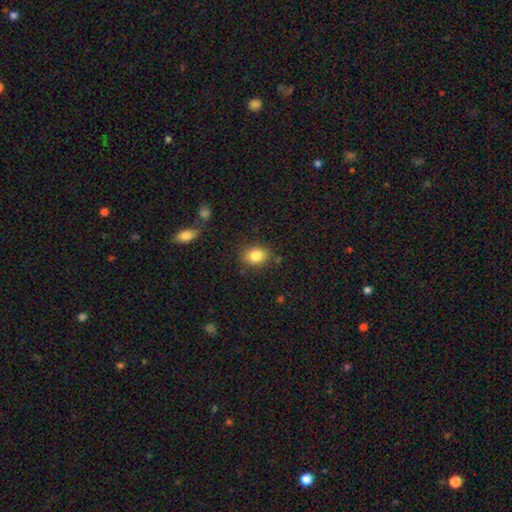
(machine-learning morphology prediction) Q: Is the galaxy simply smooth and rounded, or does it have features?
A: smooth — 84%.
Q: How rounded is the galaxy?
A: in between — 59%.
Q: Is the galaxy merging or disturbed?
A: none — 82%.